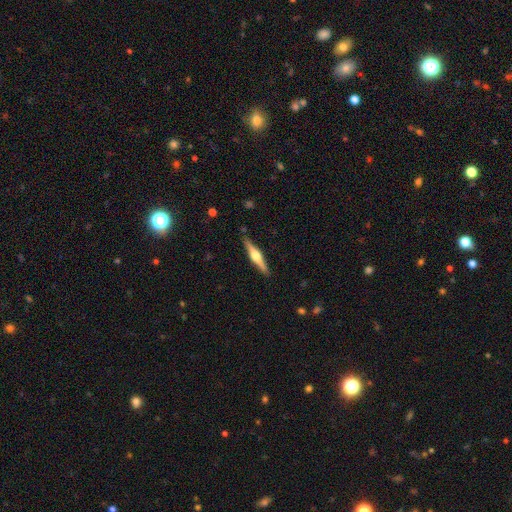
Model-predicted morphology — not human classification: A featured or disk galaxy (74%) viewed edge-on (98%) with a rounded central bulge (94%).

Vote fractions:
- Smooth or featured? featured or disk: 74% / smooth: 21% / star or artifact: 5%
- Edge-on disk? yes: 98% / no: 2%
- Edge-on bulge? rounded: 94% / boxy: 4% / none: 2%
- Merging? none: 90% / minor disturbance: 7% / major disturbance: 1% / merger: 1%